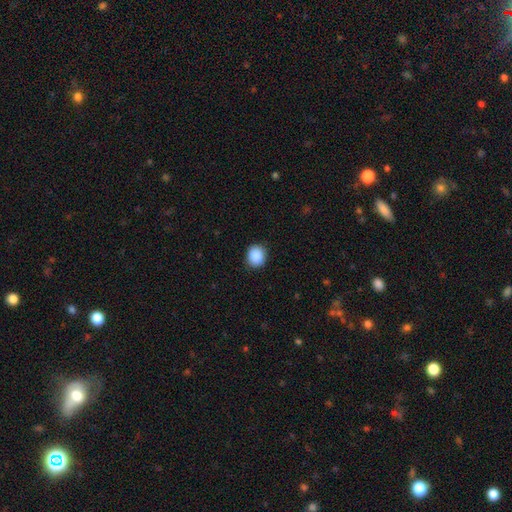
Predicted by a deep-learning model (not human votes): smooth-or-featured: smooth: 89% | star or artifact: 8% | featured or disk: 3%
  how-rounded: round: 76% | in between: 23% | cigar-shaped: 1%
  merging: none: 88% | minor disturbance: 9% | major disturbance: 2% | merger: 1%